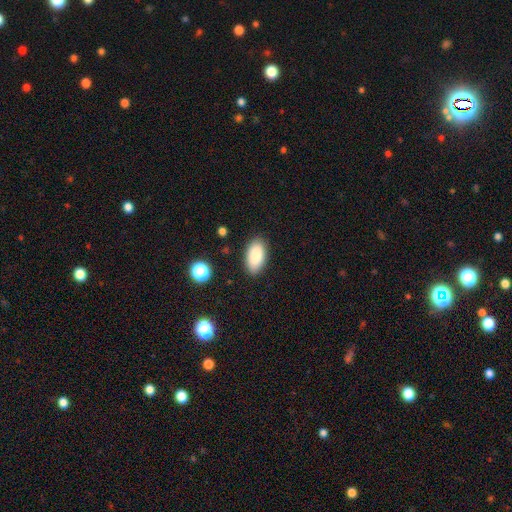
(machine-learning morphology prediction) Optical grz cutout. It shows a smooth galaxy with no disk features (88%) that is in between round and cigar-shaped (94%). Merging: none (87%).